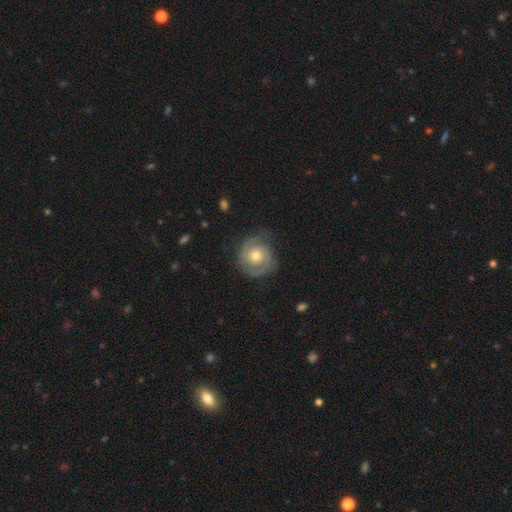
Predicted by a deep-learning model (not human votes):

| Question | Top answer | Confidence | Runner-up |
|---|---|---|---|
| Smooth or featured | featured or disk | 81% | smooth (14%) |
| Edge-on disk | no | 98% | yes (2%) |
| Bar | no | 75% | weak (21%) |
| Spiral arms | yes | 94% | no (6%) |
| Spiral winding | tight | 58% | medium (34%) |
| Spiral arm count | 2 | 80% | can't tell (8%) |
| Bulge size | moderate | 69% | small (23%) |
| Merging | none | 76% | minor disturbance (16%) |